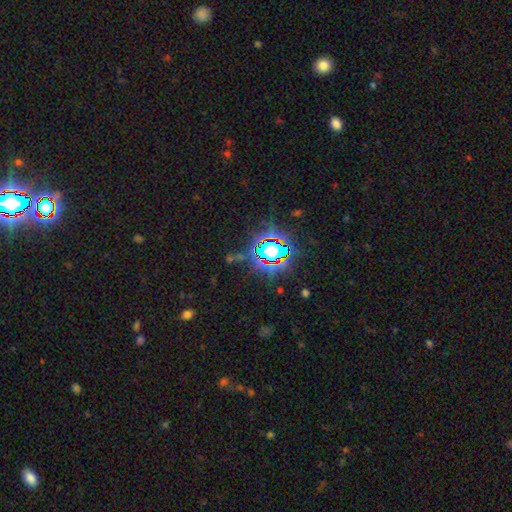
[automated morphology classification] smooth_or_featured: star or artifact (p=0.80) [alt: smooth p=0.12]